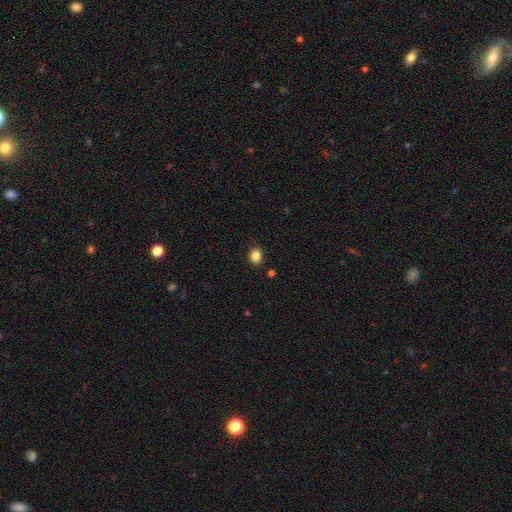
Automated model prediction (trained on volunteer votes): Smooth or featured? smooth (85%)
How rounded? round (54%)
Merging? none (87%)